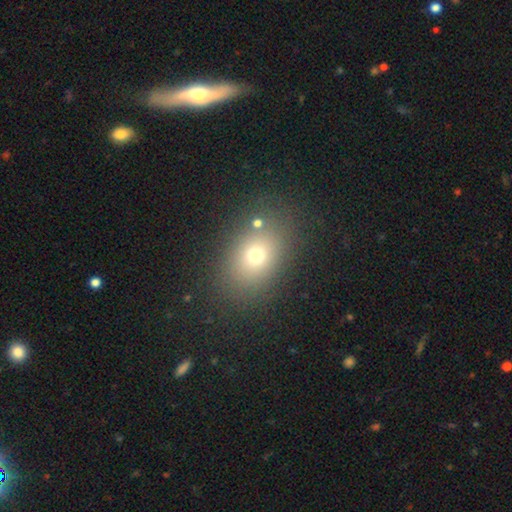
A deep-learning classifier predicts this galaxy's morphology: A smooth galaxy with no disk features (69%) that is in between round and cigar-shaped (65%).

Vote fractions:
- Smooth or featured? smooth: 69% / star or artifact: 17% / featured or disk: 13%
- How rounded? in between: 65% / round: 33% / cigar-shaped: 1%
- Merging? none: 80% / minor disturbance: 10% / major disturbance: 5% / merger: 5%